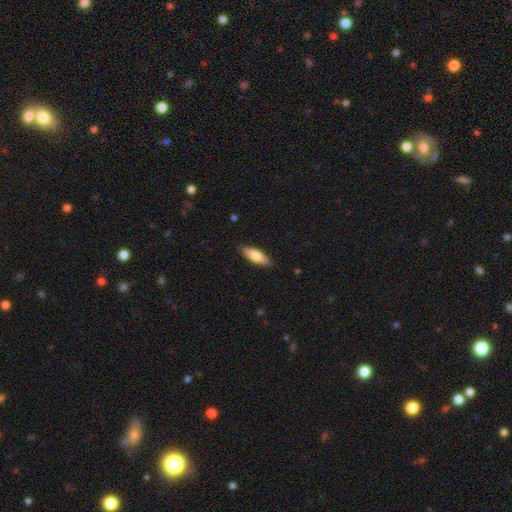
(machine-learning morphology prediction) smooth 71%, featured or disk 23%, star or artifact 6%. Down the decision tree: how rounded — in between (59%); merging — none (87%).